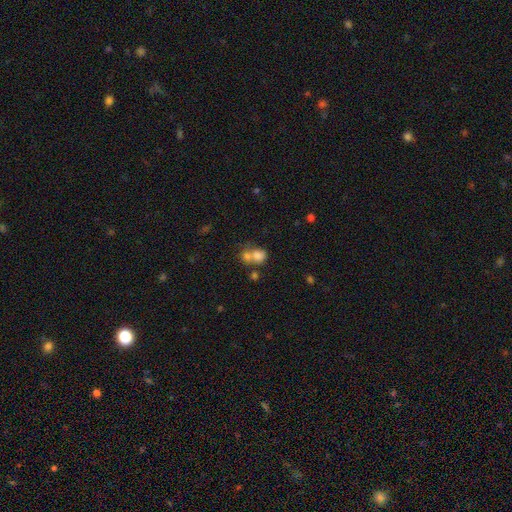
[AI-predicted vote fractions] This is likely a smooth galaxy (75%). How rounded: likely round (65%). Merging: possibly merger (56%).